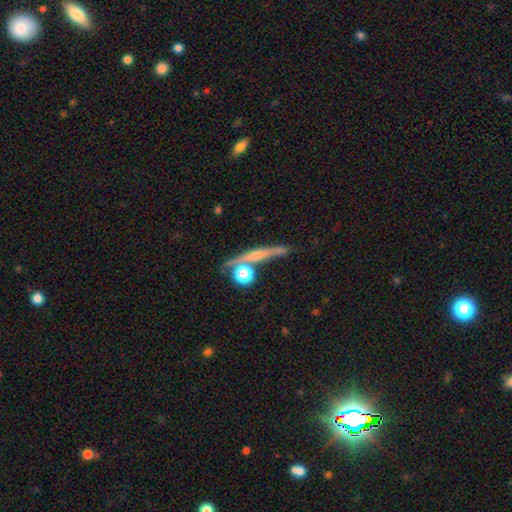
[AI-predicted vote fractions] featured or disk 50%, smooth 38%, star or artifact 12%. Down the decision tree: merging — none (68%).